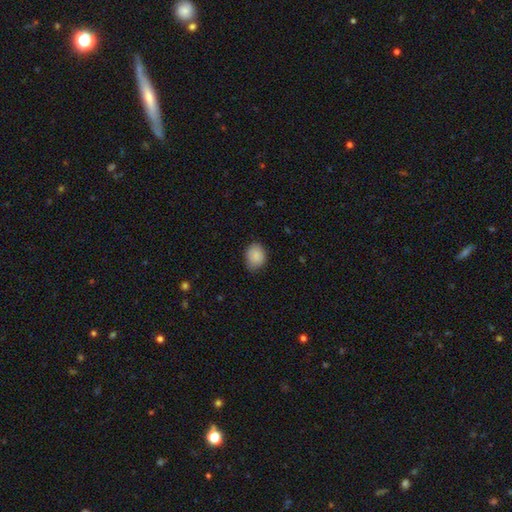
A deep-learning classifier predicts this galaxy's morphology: A smooth galaxy with no disk features (87%) that is in between round and cigar-shaped (56%). Merging: none (73%).